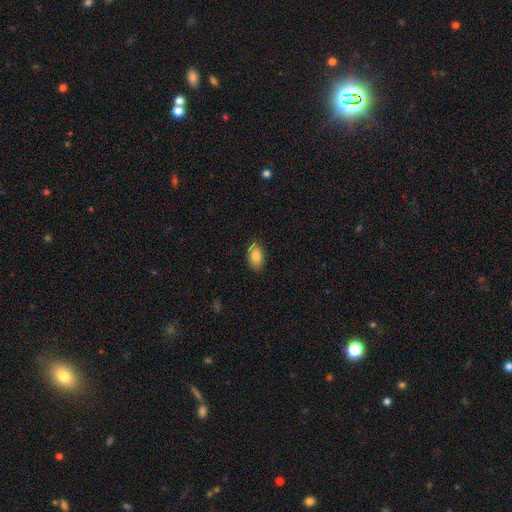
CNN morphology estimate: smooth 82%, featured or disk 10%, star or artifact 7%. Down the decision tree: how rounded — in between (92%); merging — none (84%).